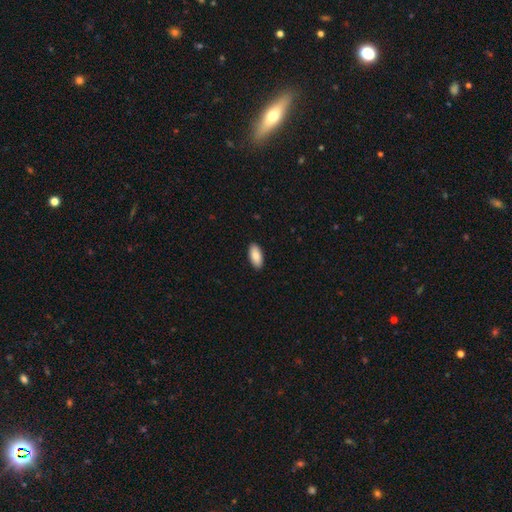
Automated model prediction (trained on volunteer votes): smooth 87%, featured or disk 7%, star or artifact 6%. Down the decision tree: how rounded — in between (90%); merging — none (91%).